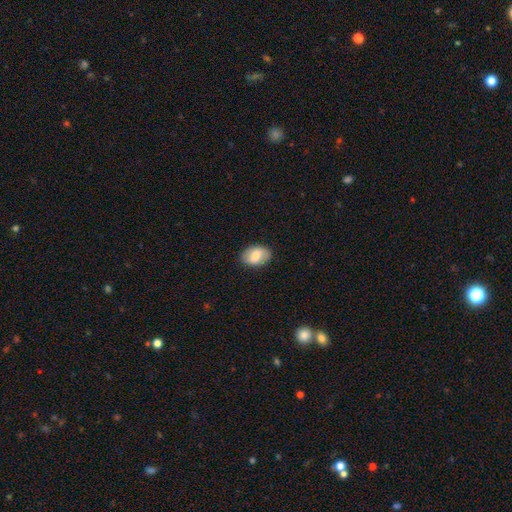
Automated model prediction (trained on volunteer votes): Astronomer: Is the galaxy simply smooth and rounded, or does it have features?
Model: smooth — 73%.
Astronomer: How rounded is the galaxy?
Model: in between — 83%.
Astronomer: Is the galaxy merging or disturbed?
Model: none — 83%.